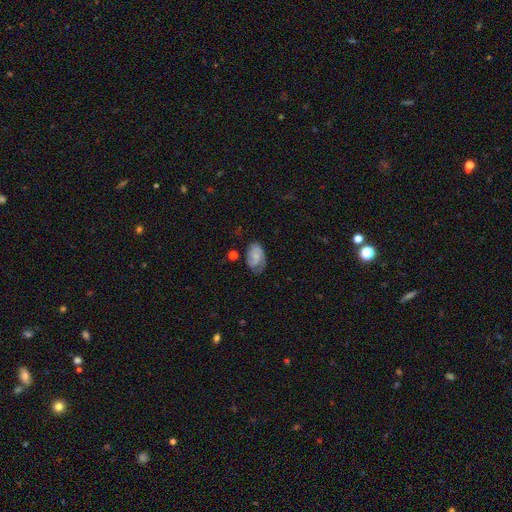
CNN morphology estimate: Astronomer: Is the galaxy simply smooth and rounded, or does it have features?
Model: featured or disk — 62%.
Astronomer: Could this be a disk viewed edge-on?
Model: no — 97%.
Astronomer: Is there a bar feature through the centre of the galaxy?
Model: no — 58% (runner-up: weak, 36%).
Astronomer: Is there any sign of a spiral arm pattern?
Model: yes — 91%.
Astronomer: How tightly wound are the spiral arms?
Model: tight — 50% (runner-up: medium, 37%).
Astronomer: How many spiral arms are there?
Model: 2 — 59%.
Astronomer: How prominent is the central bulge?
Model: small — 52%.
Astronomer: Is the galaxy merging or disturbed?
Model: none — 65%.